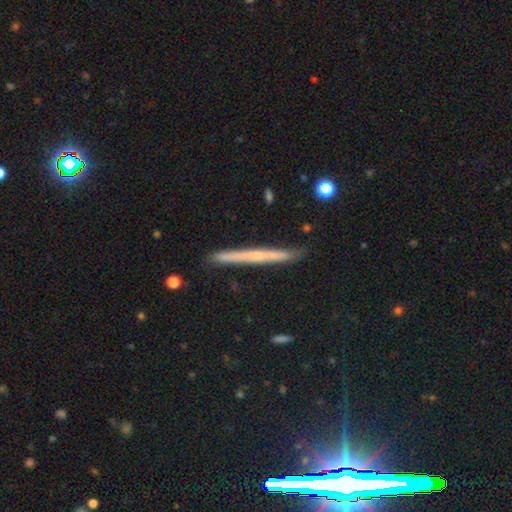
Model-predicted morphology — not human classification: Smooth or featured? Predicted: featured or disk (p=0.57). Edge-on disk? Predicted: yes (p=0.97). Edge-on bulge? Predicted: none (p=0.68). Merging? Predicted: none (p=0.90).